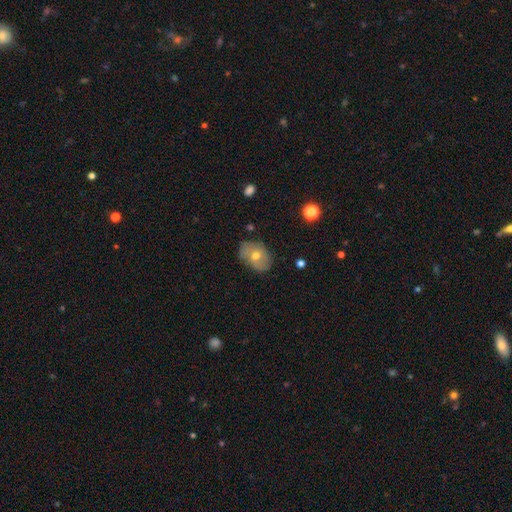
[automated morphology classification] This appears to be a smooth galaxy with no disk features (56%) that is in between round and cigar-shaped (73%). Merging: none (74%).